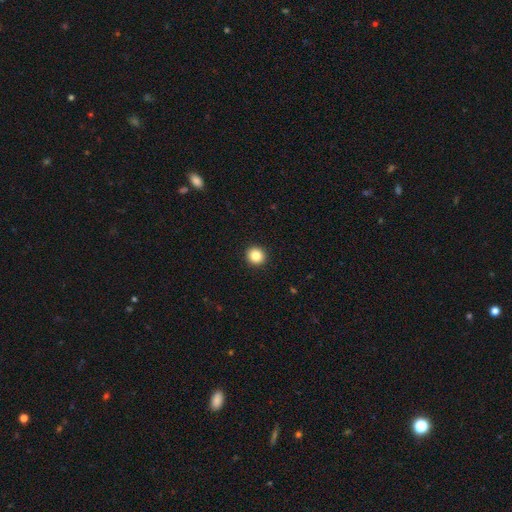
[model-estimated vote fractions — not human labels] Smooth or featured: smooth — 85% (star or artifact — 10%)
How rounded: round — 92% (in between — 7%)
Merging: none — 93% (minor disturbance — 4%)